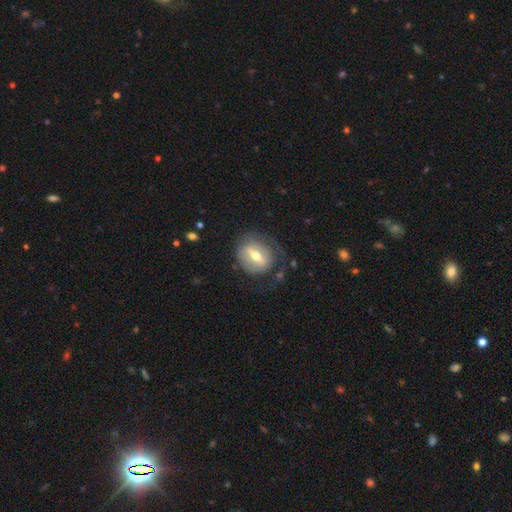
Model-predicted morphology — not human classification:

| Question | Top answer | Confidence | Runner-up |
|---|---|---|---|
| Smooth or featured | featured or disk | 62% | smooth (31%) |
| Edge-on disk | no | 85% | yes (15%) |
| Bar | strong | 58% | weak (31%) |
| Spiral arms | no | 66% | yes (34%) |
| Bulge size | moderate | 71% | small (19%) |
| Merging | none | 63% | minor disturbance (19%) |